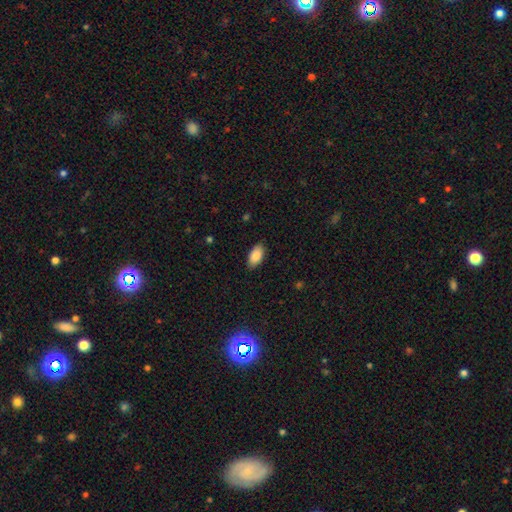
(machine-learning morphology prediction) Smooth or featured: smooth — 89% (star or artifact — 6%)
How rounded: in between — 94% (cigar-shaped — 4%)
Merging: none — 87% (minor disturbance — 10%)